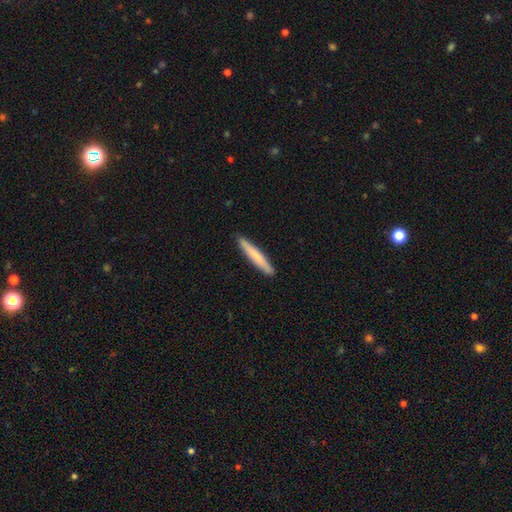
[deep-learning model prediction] smooth-or-featured: smooth: 74% | featured or disk: 21% | star or artifact: 5%
  how-rounded: cigar-shaped: 95% | in between: 4% | round: 1%
  merging: none: 91% | minor disturbance: 6% | major disturbance: 1% | merger: 1%